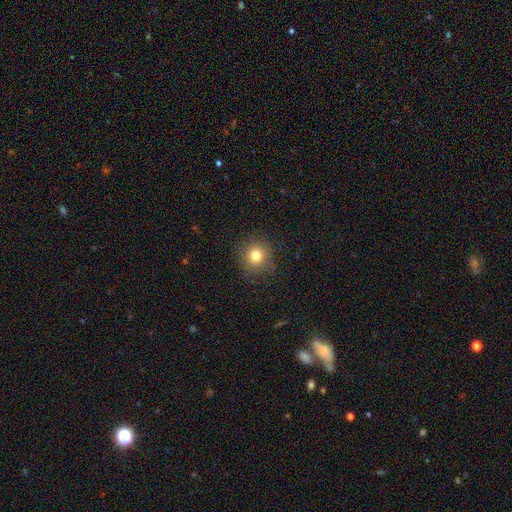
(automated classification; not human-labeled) This is likely a smooth galaxy (78%). How rounded: clearly round (90%). Merging: clearly none (85%).